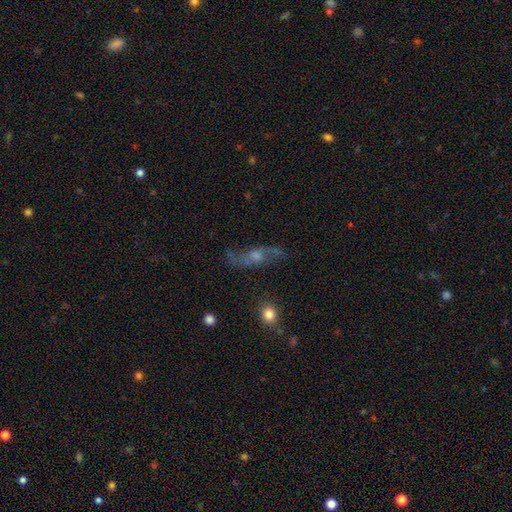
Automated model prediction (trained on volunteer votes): A featured or disk galaxy (67%).

Vote fractions:
- Smooth or featured? featured or disk: 67% / smooth: 21% / star or artifact: 12%
- Edge-on disk? no: 73% / yes: 27%
- Merging? none: 67% / minor disturbance: 19% / major disturbance: 12% / merger: 3%